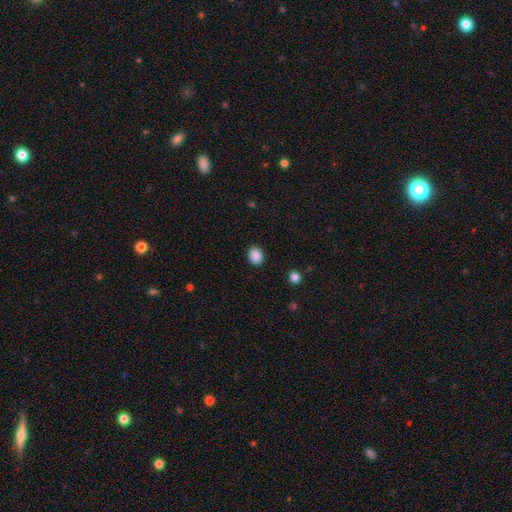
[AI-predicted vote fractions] Q: Smooth or featured?
A: smooth (88%); runner-up: star or artifact (9%)
Q: How rounded?
A: round (50%); runner-up: in between (49%)
Q: Merging?
A: none (90%); runner-up: minor disturbance (7%)